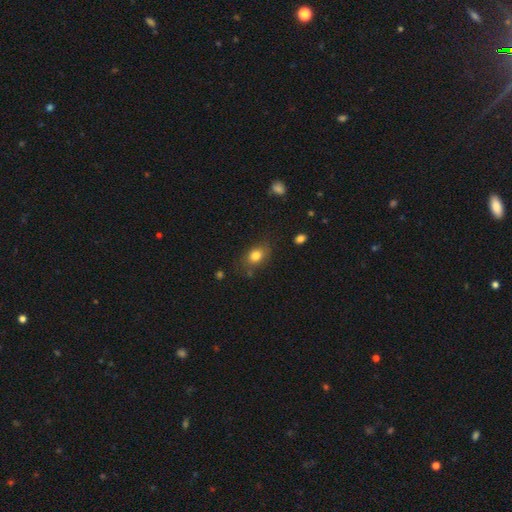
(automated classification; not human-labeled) Smooth or featured? smooth (81%)
How rounded? in between (67%)
Merging? none (75%)